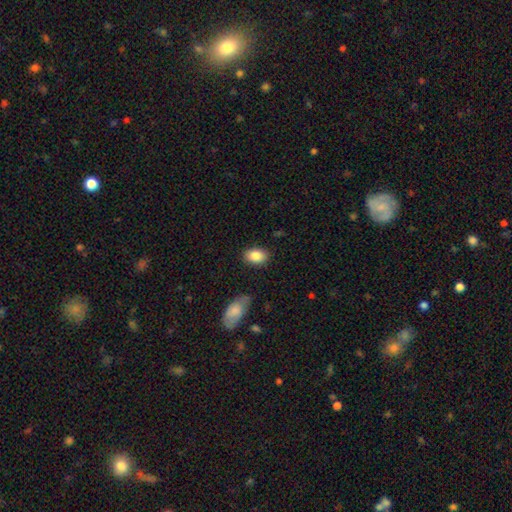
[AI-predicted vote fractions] This is clearly a smooth galaxy (86%). How rounded: clearly in between (83%). Merging: clearly none (85%).